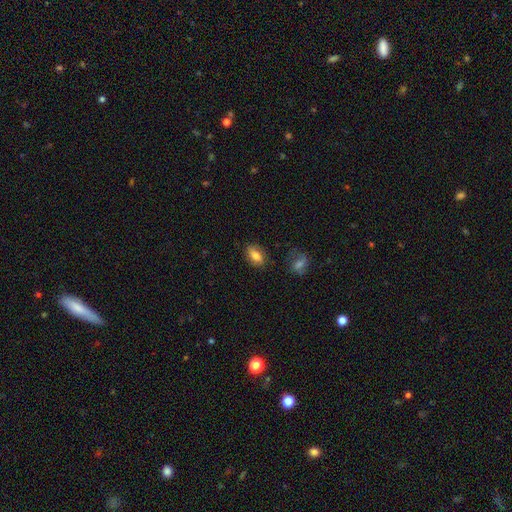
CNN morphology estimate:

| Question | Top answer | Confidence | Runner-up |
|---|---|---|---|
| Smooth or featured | smooth | 81% | featured or disk (11%) |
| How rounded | in between | 89% | round (6%) |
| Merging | none | 78% | minor disturbance (15%) |